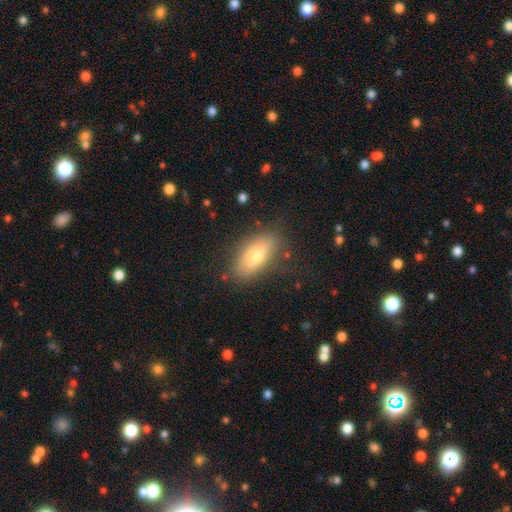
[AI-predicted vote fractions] This is likely a smooth galaxy (64%). How rounded: likely in between (74%). Merging: clearly none (81%).